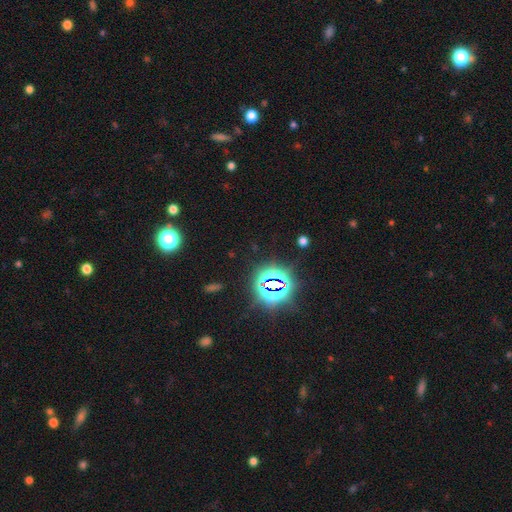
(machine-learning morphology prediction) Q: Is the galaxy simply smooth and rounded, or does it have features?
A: star or artifact — 81%.